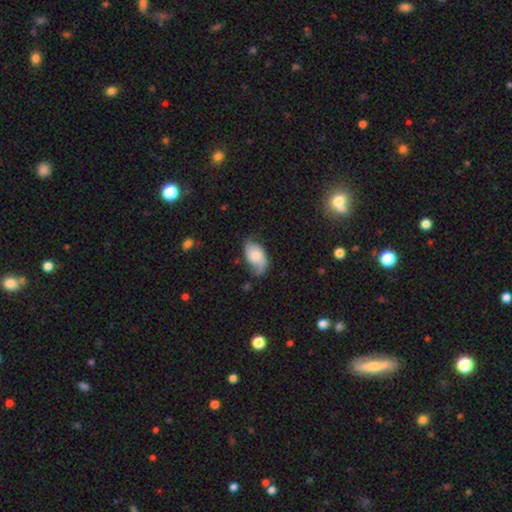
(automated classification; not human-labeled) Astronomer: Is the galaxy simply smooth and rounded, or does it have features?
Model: featured or disk — 50% (runner-up: smooth, 42%).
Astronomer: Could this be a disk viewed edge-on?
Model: no — 95%.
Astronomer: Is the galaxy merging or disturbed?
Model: none — 54% (runner-up: minor disturbance, 30%).